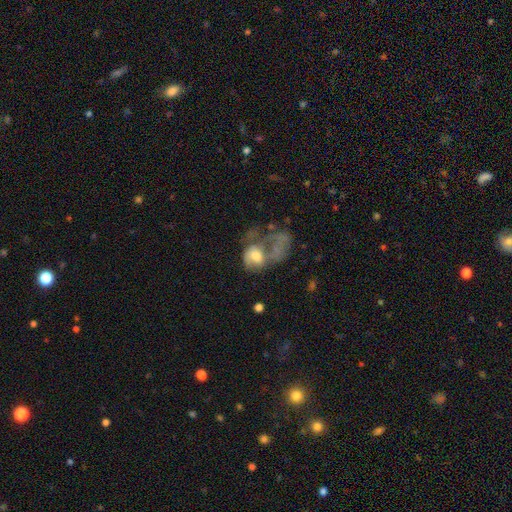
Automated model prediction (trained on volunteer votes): A smooth galaxy with no disk features (47%). Merging: major disturbance (53%).